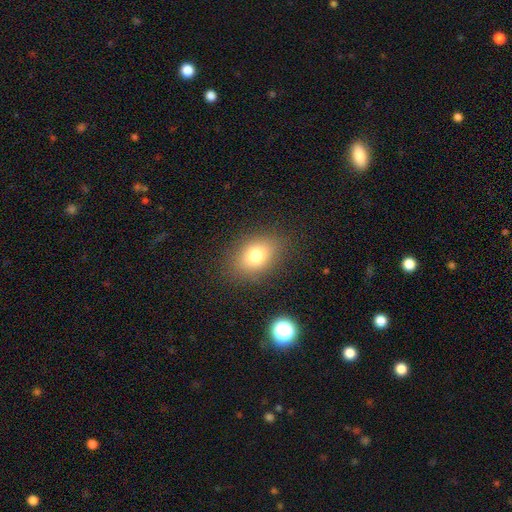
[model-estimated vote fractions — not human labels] smooth 75%, star or artifact 13%, featured or disk 12%. Down the decision tree: how rounded — in between (68%); merging — none (84%).